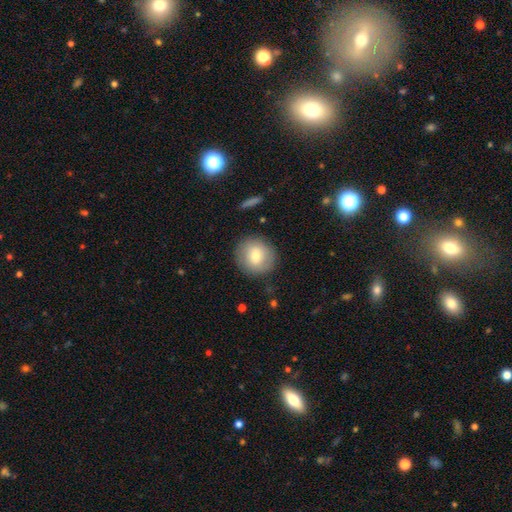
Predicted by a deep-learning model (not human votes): smooth 71%, featured or disk 21%, star or artifact 8%. Down the decision tree: how rounded — round (90%); merging — none (86%).